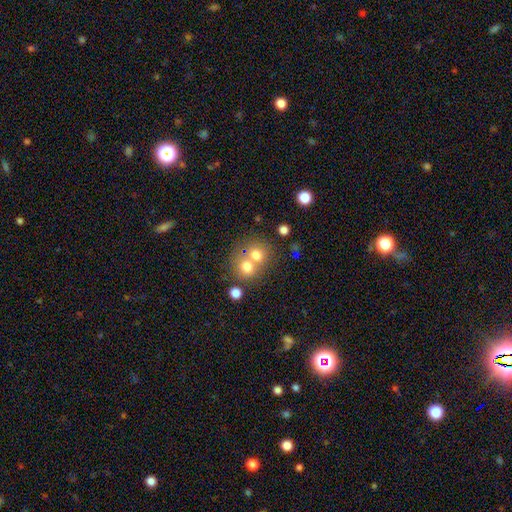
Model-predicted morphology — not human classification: smooth-or-featured: smooth: 71% | featured or disk: 17% | star or artifact: 13%
  how-rounded: round: 78% | in between: 21% | cigar-shaped: 1%
  merging: merger: 54% | none: 36% | minor disturbance: 6% | major disturbance: 4%